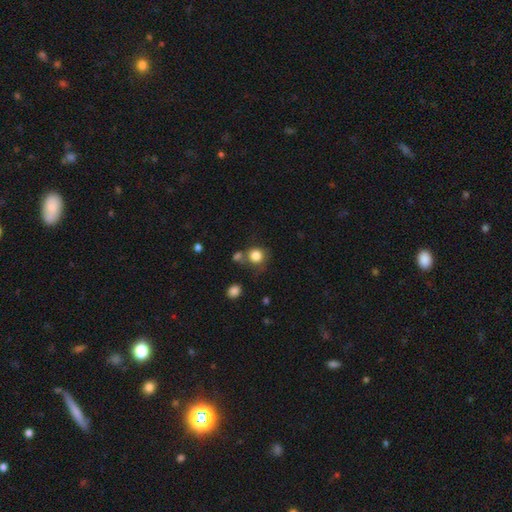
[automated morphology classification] type=smooth (83%); roundness=round (87%); merging=none (63%).